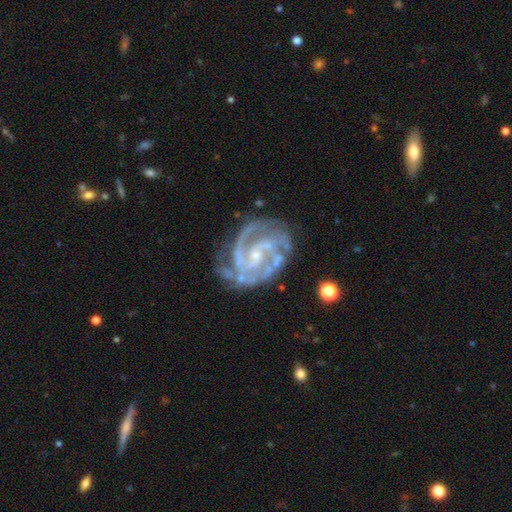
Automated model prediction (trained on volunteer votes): featured or disk 92%, star or artifact 5%, smooth 3%. Down the decision tree: edge-on disk — no (98%); bar — weak (42%); spiral arms — yes (98%); spiral arm count — 2 (58%); spiral winding — tight (53%); bulge size — small (69%); merging — none (66%).